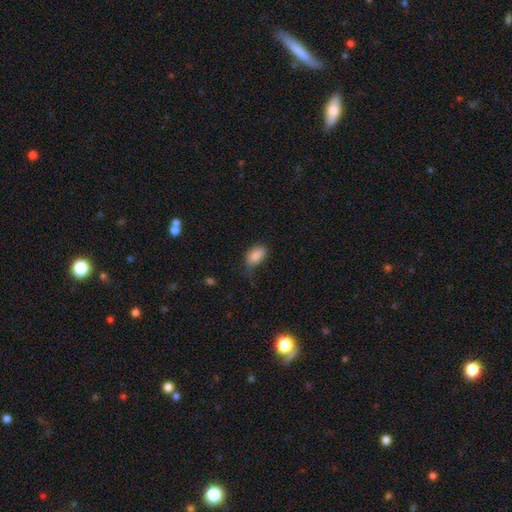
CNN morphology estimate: Smooth or featured? smooth (87%)
How rounded? in between (91%)
Merging? none (53%)